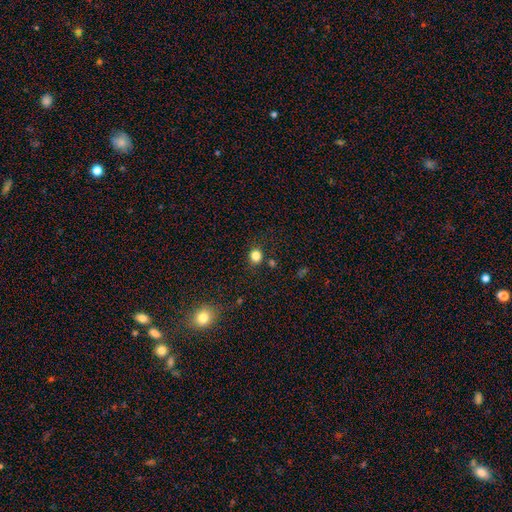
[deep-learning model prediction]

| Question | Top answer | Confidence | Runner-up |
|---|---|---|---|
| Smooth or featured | smooth | 82% | star or artifact (13%) |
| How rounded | round | 82% | in between (17%) |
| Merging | none | 84% | minor disturbance (10%) |